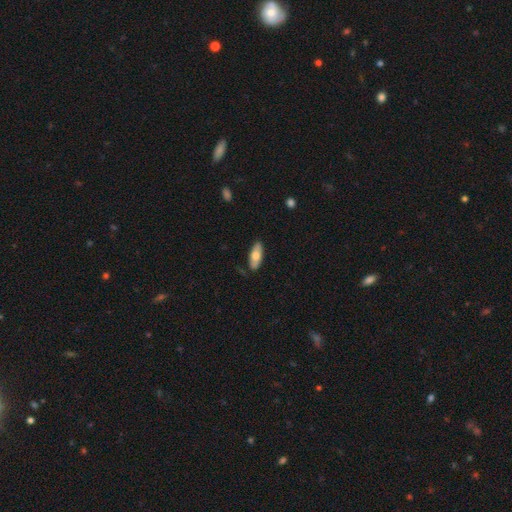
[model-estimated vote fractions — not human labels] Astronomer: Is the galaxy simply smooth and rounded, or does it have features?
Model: smooth — 68%.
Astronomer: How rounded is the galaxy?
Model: in between — 78%.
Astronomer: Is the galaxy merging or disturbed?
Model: none — 85%.